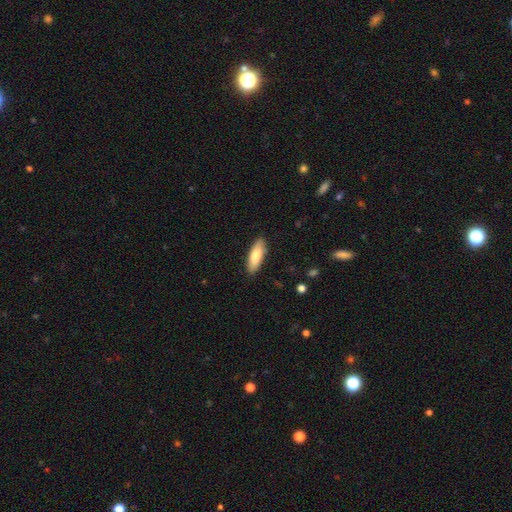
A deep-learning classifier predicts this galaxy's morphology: This is clearly a smooth galaxy (81%). How rounded: possibly in between (58%). Merging: clearly none (87%).